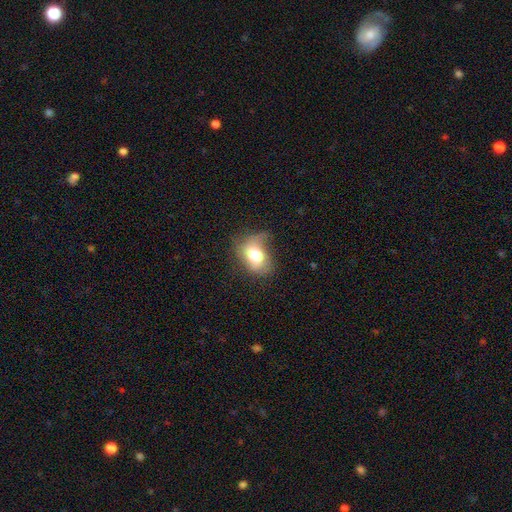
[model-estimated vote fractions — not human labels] Q: Smooth or featured?
A: smooth (65%); runner-up: featured or disk (25%)
Q: How rounded?
A: in between (73%); runner-up: round (25%)
Q: Merging?
A: none (36%); runner-up: minor disturbance (35%)